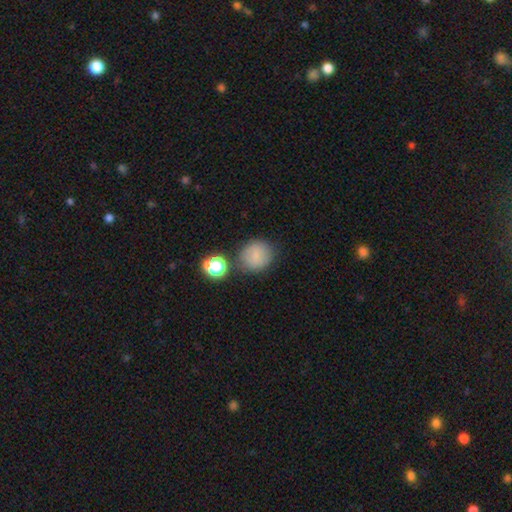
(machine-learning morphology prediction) This is likely a smooth galaxy (74%). How rounded: clearly round (82%). Merging: likely none (74%).